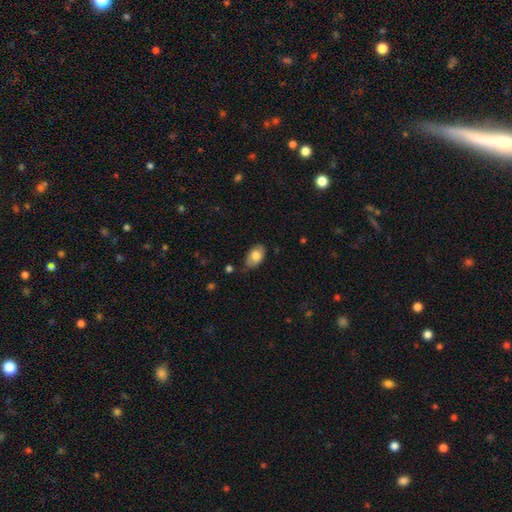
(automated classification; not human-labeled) Overall: smooth (79%). How rounded: in between (92%). Merging: none (69%).